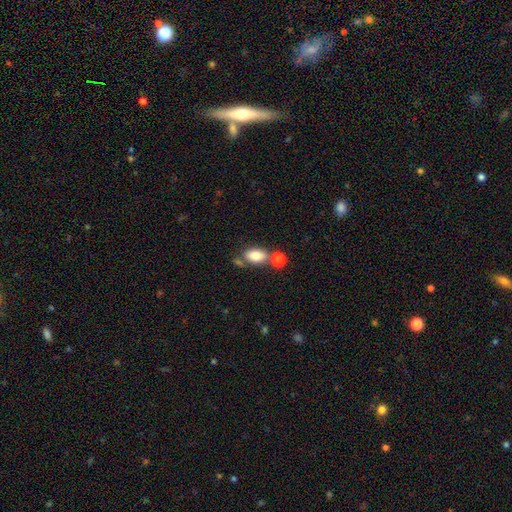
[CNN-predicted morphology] The model was most divided on "merging": none: 57%, merger: 26%, minor disturbance: 13%, major disturbance: 4%. More confident: how rounded — in between (87%); smooth or featured — smooth (81%).